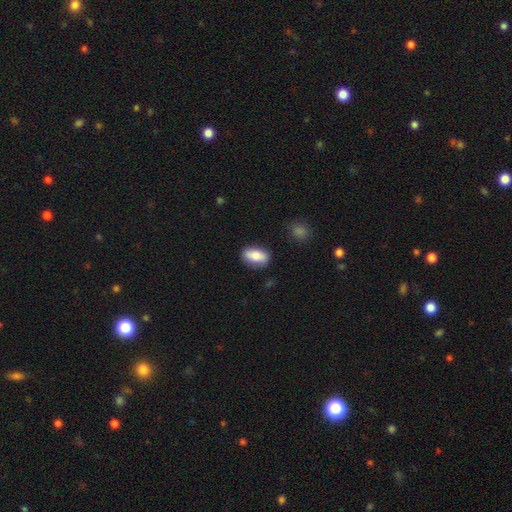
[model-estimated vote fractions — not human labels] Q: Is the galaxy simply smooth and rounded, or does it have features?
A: smooth — 78%.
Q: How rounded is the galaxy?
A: in between — 87%.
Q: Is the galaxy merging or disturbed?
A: none — 84%.